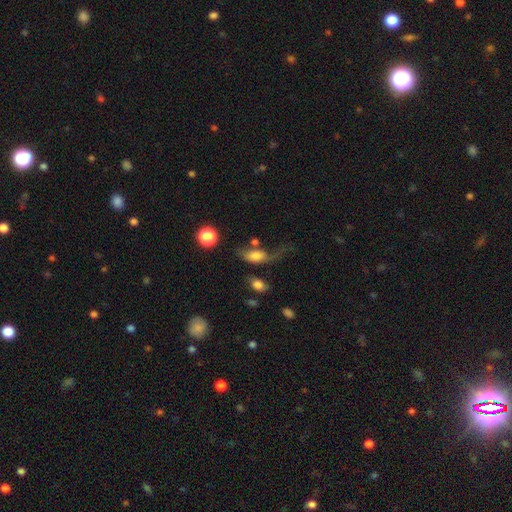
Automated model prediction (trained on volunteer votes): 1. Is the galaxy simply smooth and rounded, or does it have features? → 68% smooth, 22% featured or disk, 10% star or artifact.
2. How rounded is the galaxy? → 85% in between, 9% round, 7% cigar-shaped.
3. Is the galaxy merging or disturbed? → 39% major disturbance, 29% none, 20% minor disturbance, 13% merger.